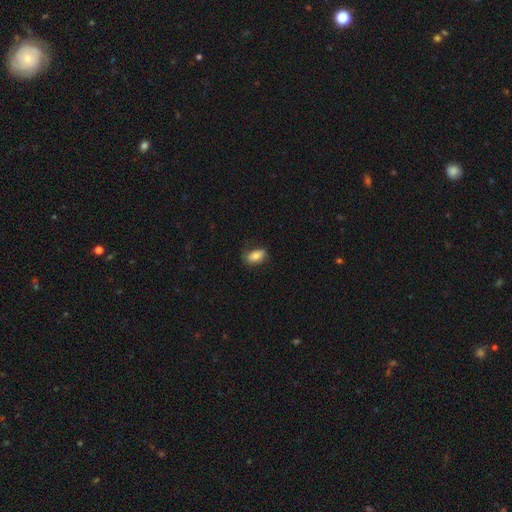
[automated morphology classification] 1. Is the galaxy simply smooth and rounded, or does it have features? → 79% smooth, 13% featured or disk, 8% star or artifact.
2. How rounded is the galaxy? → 90% in between, 6% round, 4% cigar-shaped.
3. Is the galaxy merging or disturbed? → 73% none, 20% minor disturbance, 5% major disturbance, 1% merger.